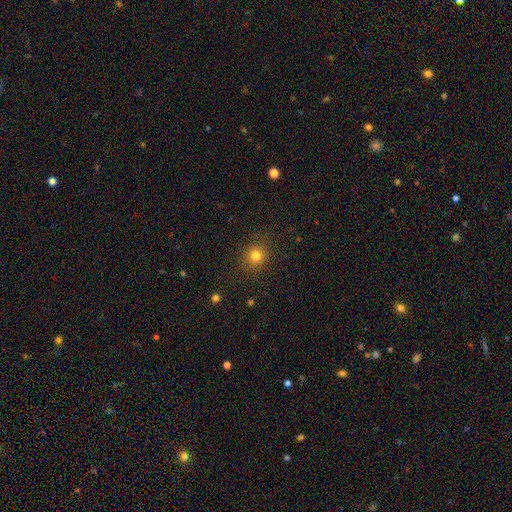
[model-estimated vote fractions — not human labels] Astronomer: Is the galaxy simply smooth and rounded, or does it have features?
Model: smooth — 79%.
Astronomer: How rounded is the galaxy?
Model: round — 86%.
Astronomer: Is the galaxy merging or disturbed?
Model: none — 87%.